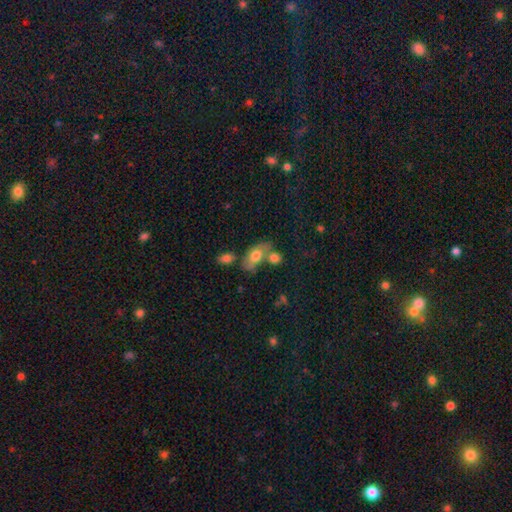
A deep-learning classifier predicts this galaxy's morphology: Q: Smooth or featured?
A: smooth (68%); runner-up: featured or disk (24%)
Q: How rounded?
A: in between (86%); runner-up: round (10%)
Q: Merging?
A: none (43%); runner-up: merger (32%)